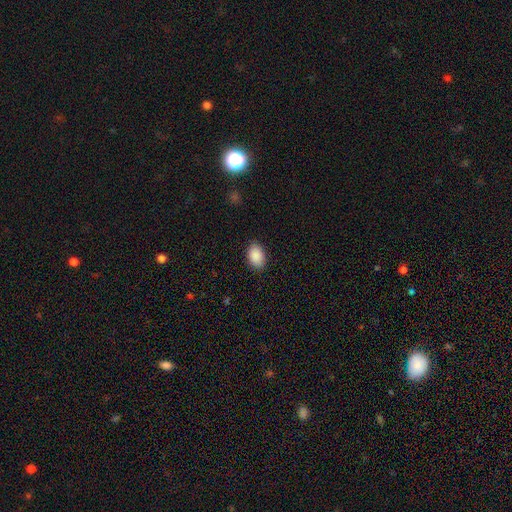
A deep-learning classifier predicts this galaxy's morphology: Smooth or featured?
  - smooth: 90% *
  - star or artifact: 7%
  - featured or disk: 3%
How rounded?
  - in between: 86% *
  - round: 12%
  - cigar-shaped: 1%
Merging?
  - none: 87% *
  - minor disturbance: 10%
  - major disturbance: 2%
  - merger: 1%